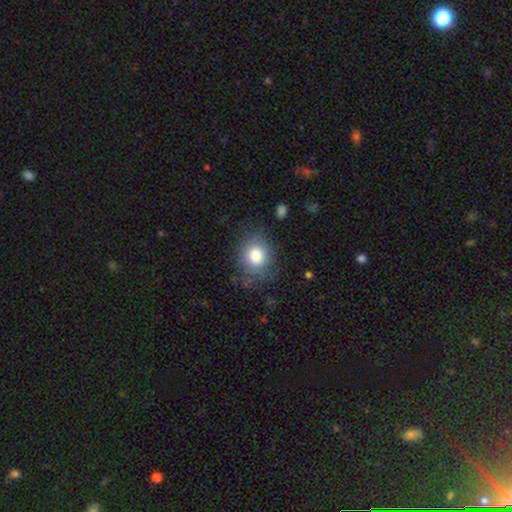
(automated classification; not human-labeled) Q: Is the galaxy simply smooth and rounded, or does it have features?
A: smooth — 81%.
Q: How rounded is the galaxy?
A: round — 62%.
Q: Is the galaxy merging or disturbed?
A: none — 73%.